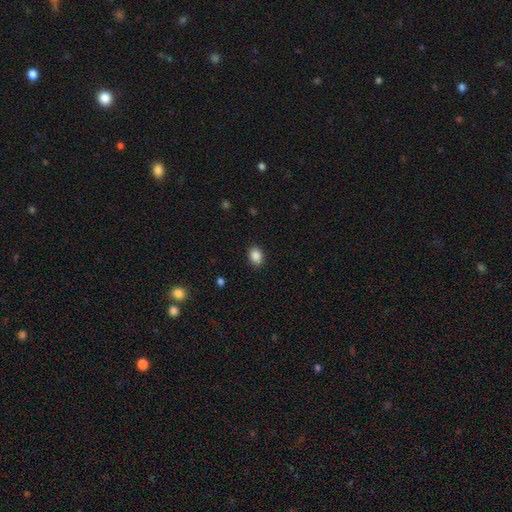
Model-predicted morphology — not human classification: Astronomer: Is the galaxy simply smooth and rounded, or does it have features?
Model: smooth — 88%.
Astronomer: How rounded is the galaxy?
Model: in between — 68%.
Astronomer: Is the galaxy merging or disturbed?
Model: none — 89%.